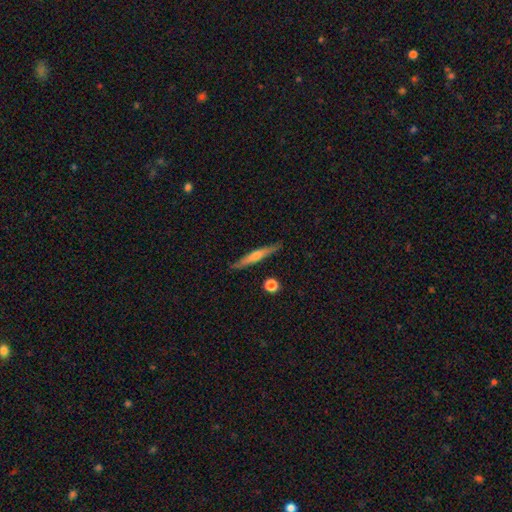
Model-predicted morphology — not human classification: Q: Smooth or featured?
A: featured or disk (49%); runner-up: smooth (44%)
Q: Merging?
A: none (88%); runner-up: minor disturbance (8%)